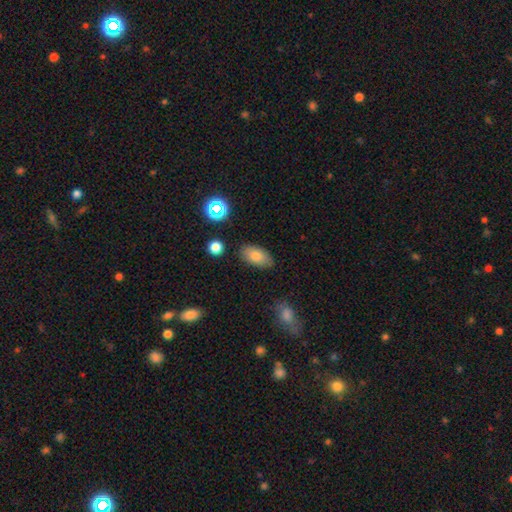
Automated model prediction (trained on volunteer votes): Morphology: type=smooth (79%); roundness=in between (92%); merging=none (81%).